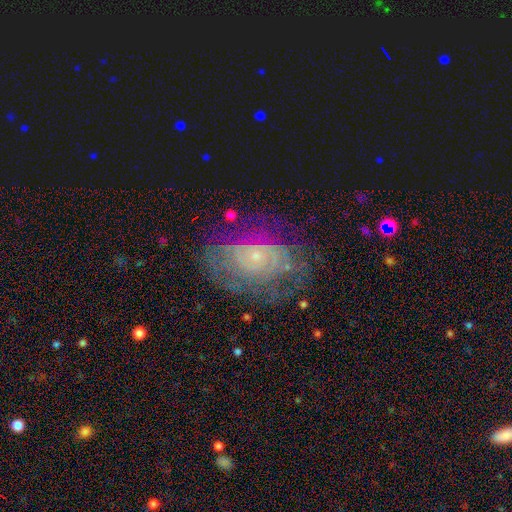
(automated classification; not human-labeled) Smooth or featured? Predicted: featured or disk (p=0.73). Edge-on disk? Predicted: no (p=0.96). Bar? Predicted: no (p=0.80). Spiral arms? Predicted: yes (p=0.74). Spiral winding? Predicted: tight (p=0.66). Spiral arm count? Predicted: can't tell (p=0.60). Bulge size? Predicted: small (p=0.81). Merging? Predicted: none (p=0.64).